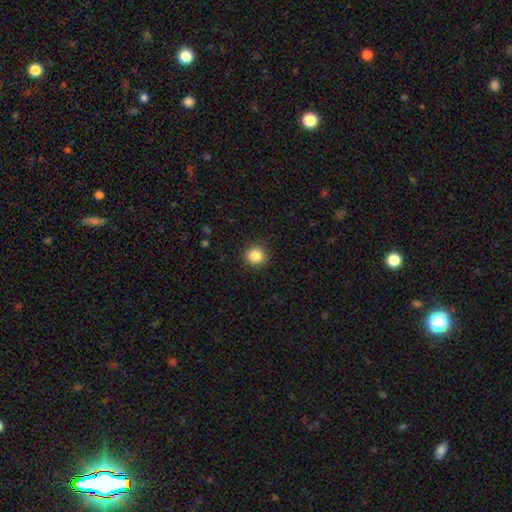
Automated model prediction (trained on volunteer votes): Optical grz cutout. It shows a smooth galaxy with no disk features (85%) that is round (91%). Merging: none (91%).